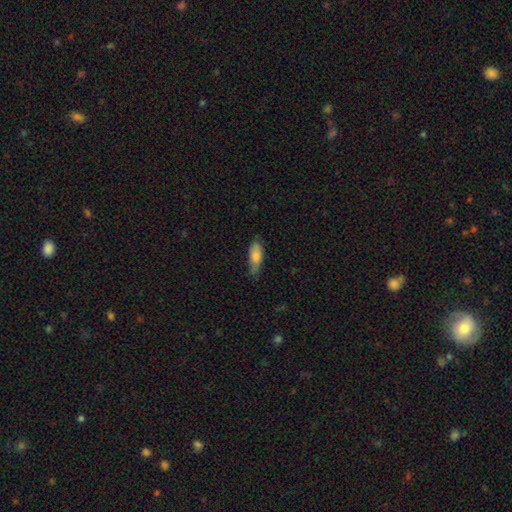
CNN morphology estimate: smooth 80%, featured or disk 14%, star or artifact 6%. Down the decision tree: how rounded — in between (73%); merging — none (55%).